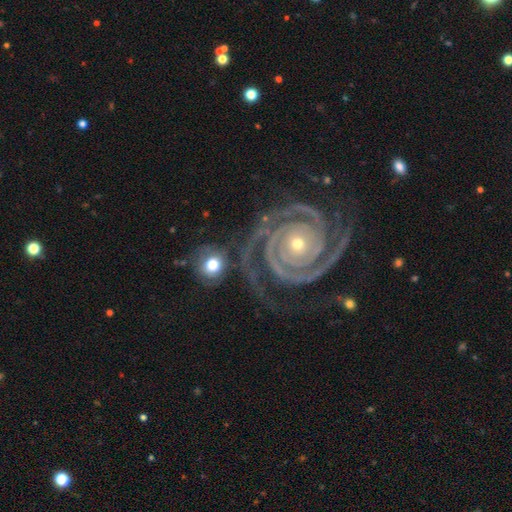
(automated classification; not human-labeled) A featured or disk galaxy (92%) with no bar (71%), 2 (65%) tight (86%) spiral arms (99%) and a small central bulge (68%). Merging: none (78%).